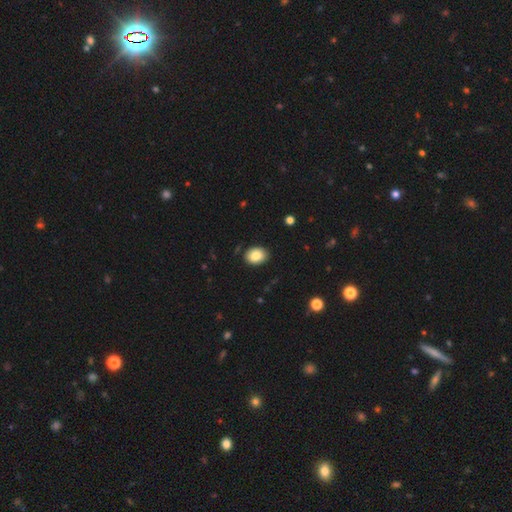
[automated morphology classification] smooth_or_featured: smooth (p=0.84) [alt: star or artifact p=0.08]
how_rounded: in between (p=0.66) [alt: round p=0.33]
merging: none (p=0.87) [alt: minor disturbance p=0.09]